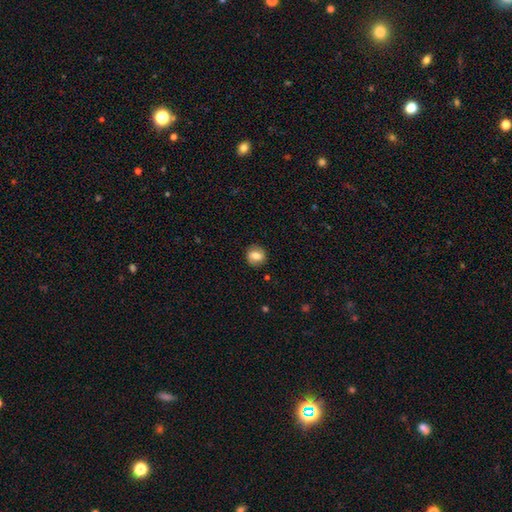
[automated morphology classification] Smooth or featured? smooth (65%)
How rounded? round (79%)
Merging? none (85%)